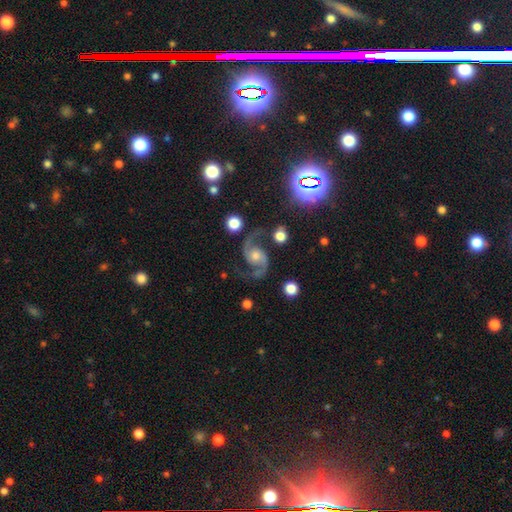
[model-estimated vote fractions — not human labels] Morphology: type=featured or disk (90%); edge-on=no (98%); bar=no (64%); spiral arms=yes (98%); winding=medium (59%); arm count=2 (94%); bulge=moderate (55%); merging=none (79%).